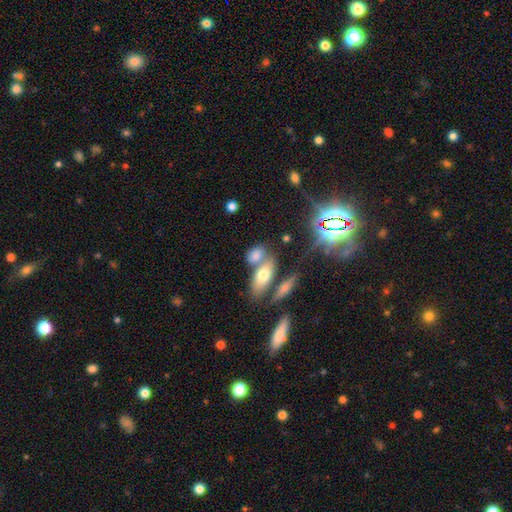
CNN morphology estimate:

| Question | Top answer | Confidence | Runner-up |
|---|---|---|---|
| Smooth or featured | smooth | 69% | featured or disk (16%) |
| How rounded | in between | 80% | round (13%) |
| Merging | none | 43% | merger (41%) |